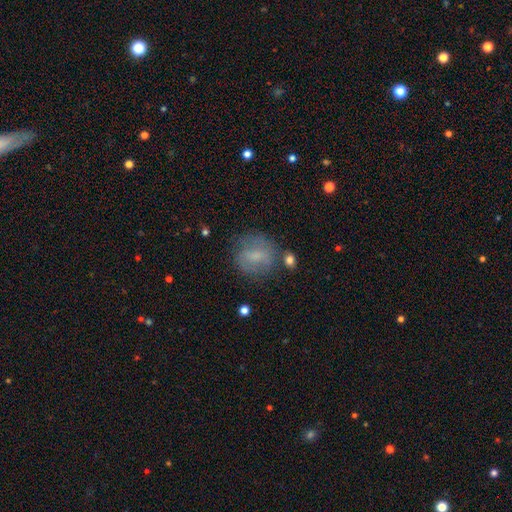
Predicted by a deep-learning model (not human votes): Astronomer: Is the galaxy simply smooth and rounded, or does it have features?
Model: smooth — 59%.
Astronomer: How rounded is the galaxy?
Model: round — 67%.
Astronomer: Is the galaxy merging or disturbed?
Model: none — 67%.